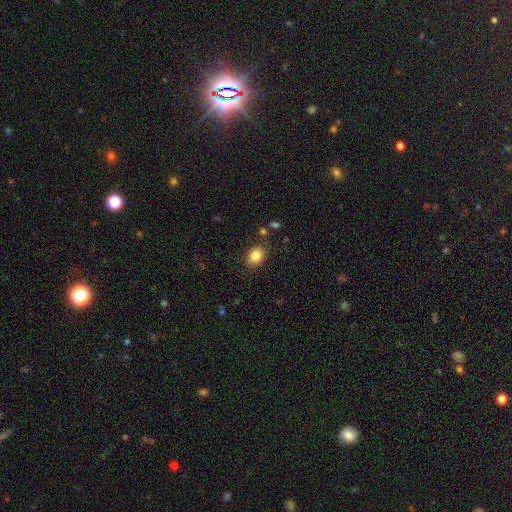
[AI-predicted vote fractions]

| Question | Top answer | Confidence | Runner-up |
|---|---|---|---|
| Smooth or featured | smooth | 85% | star or artifact (9%) |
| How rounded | in between | 56% | round (43%) |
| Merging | none | 85% | minor disturbance (10%) |